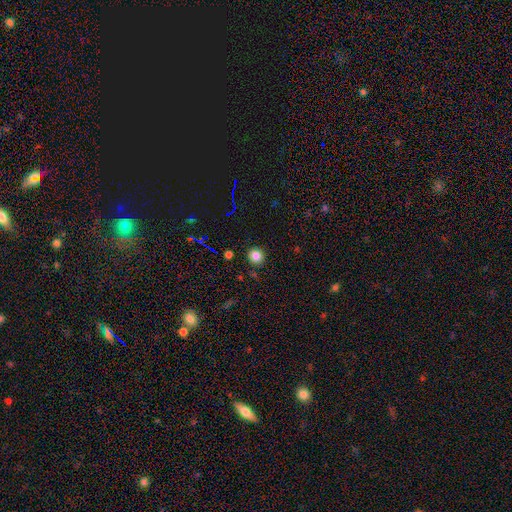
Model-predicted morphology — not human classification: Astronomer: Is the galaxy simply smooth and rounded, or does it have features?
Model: smooth — 81%.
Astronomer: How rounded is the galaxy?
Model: round — 90%.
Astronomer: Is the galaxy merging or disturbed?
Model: none — 90%.